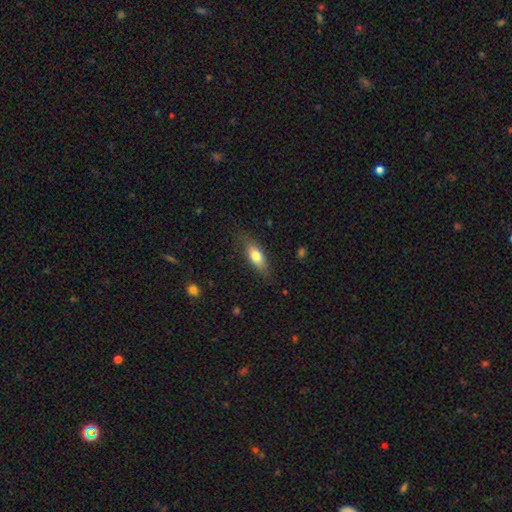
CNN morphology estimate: Smooth or featured: smooth — 75% (featured or disk — 19%)
How rounded: in between — 72% (cigar-shaped — 25%)
Merging: none — 76% (minor disturbance — 18%)